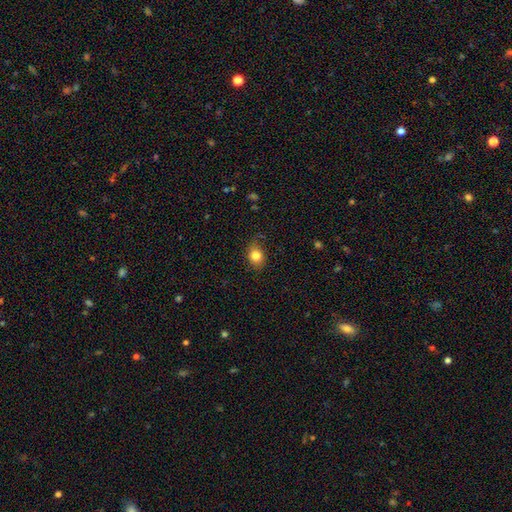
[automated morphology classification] type=smooth (83%); roundness=in between (51%); merging=none (77%).